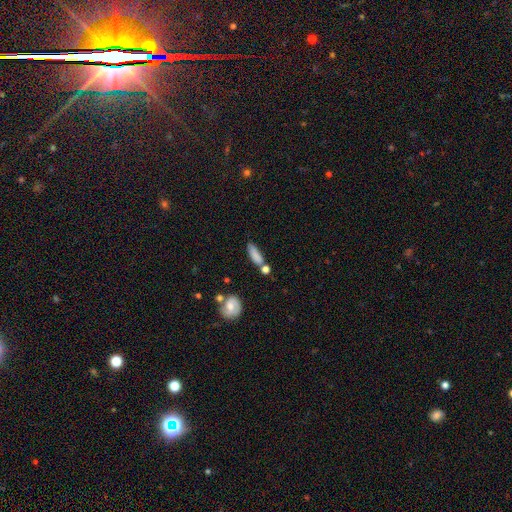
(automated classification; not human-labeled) This appears to be a smooth galaxy with no disk features (78%) that is cigar-shaped (52%). Merging: none (54%).